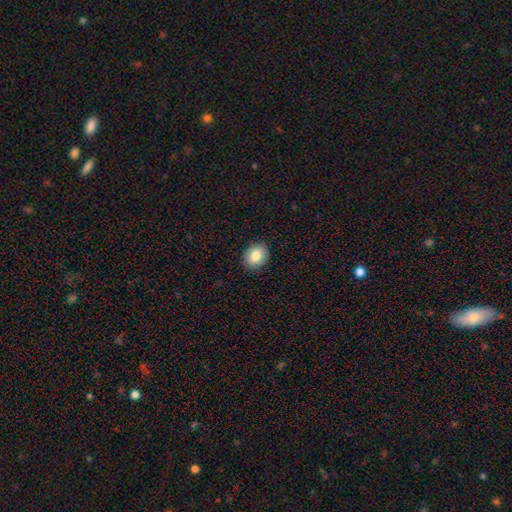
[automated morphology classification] smooth_or_featured: smooth (p=0.84) [alt: featured or disk p=0.08]
how_rounded: in between (p=0.51) [alt: round p=0.48]
merging: none (p=0.90) [alt: minor disturbance p=0.07]